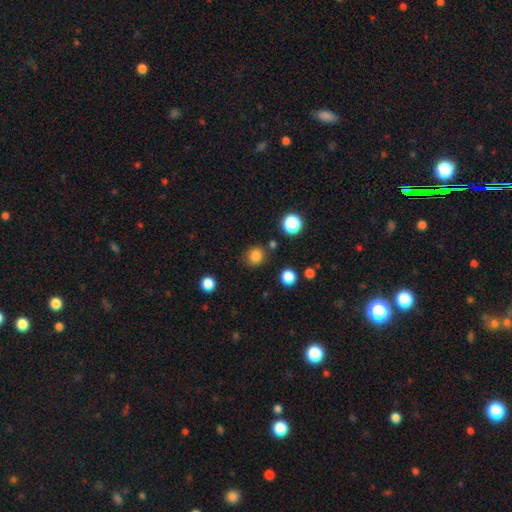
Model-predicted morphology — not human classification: Smooth or featured? Predicted: smooth (p=0.83). How rounded? Predicted: round (p=0.89). Merging? Predicted: none (p=0.85).